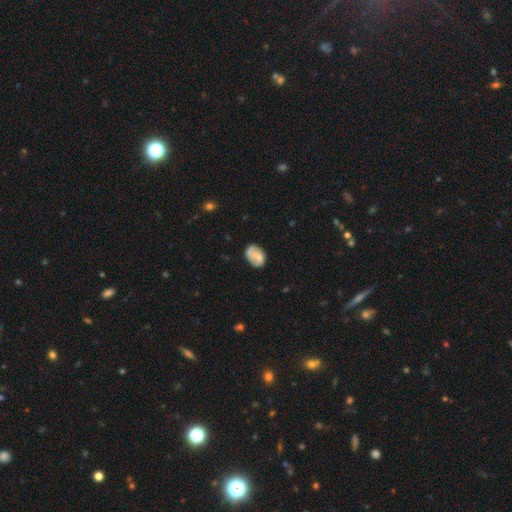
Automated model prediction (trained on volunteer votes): Smooth or featured? Predicted: smooth (p=0.57). How rounded? Predicted: in between (p=0.78). Merging? Predicted: none (p=0.58).